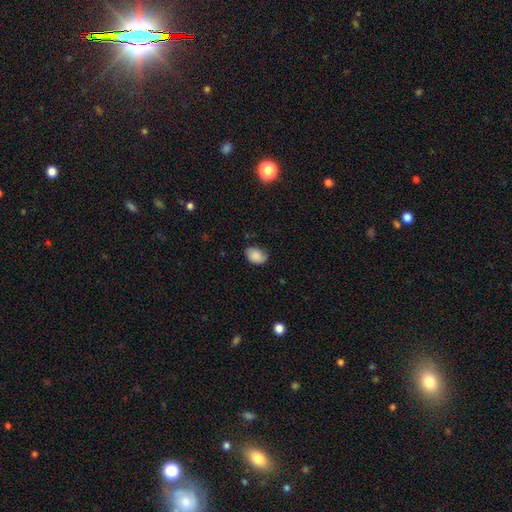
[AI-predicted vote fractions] Overall: smooth (85%). How rounded: in between (77%). Merging: none (70%).